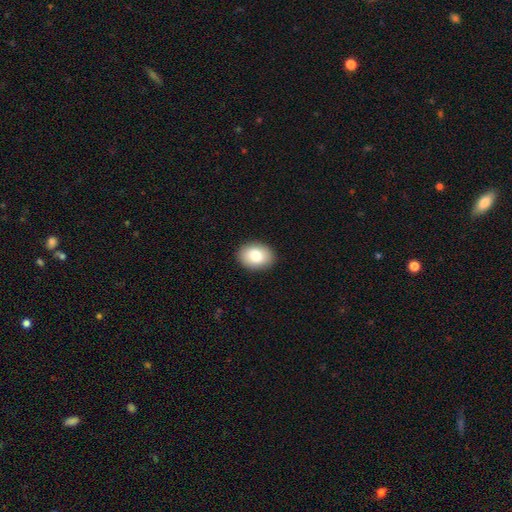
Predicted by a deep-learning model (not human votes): smooth 82%, featured or disk 10%, star or artifact 7%. Down the decision tree: how rounded — in between (73%); merging — none (90%).